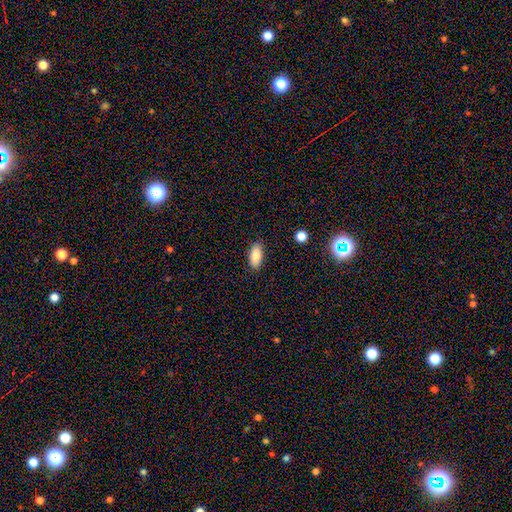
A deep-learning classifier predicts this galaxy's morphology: Smooth or featured: smooth — 85% (star or artifact — 8%)
How rounded: in between — 89% (cigar-shaped — 8%)
Merging: none — 88% (minor disturbance — 9%)